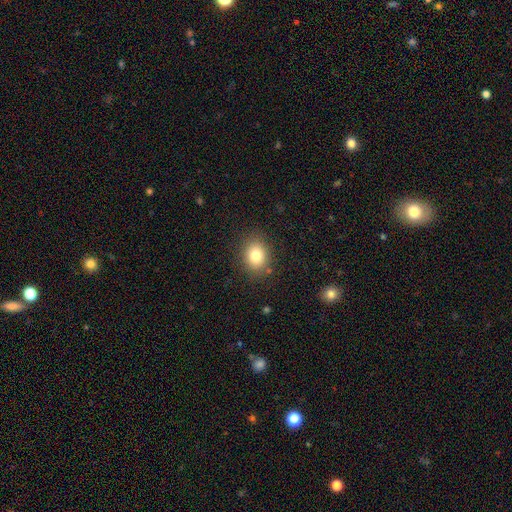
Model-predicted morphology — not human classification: smooth_or_featured: smooth (p=0.81) [alt: star or artifact p=0.11]
how_rounded: round (p=0.54) [alt: in between p=0.45]
merging: none (p=0.85) [alt: minor disturbance p=0.10]